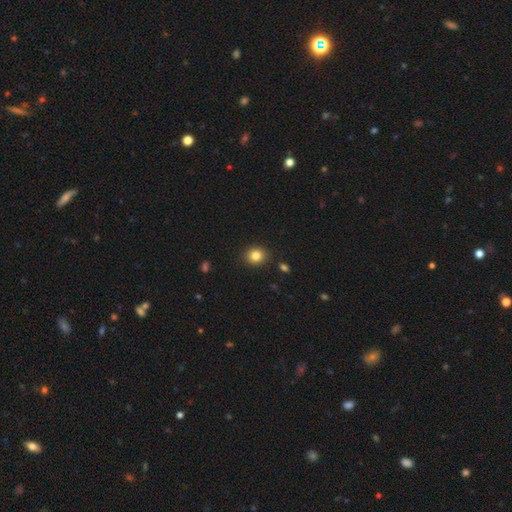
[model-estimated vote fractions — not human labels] The model was most divided on "how rounded": round: 75%, in between: 24%, cigar-shaped: 1%. More confident: merging — none (90%); smooth or featured — smooth (83%).